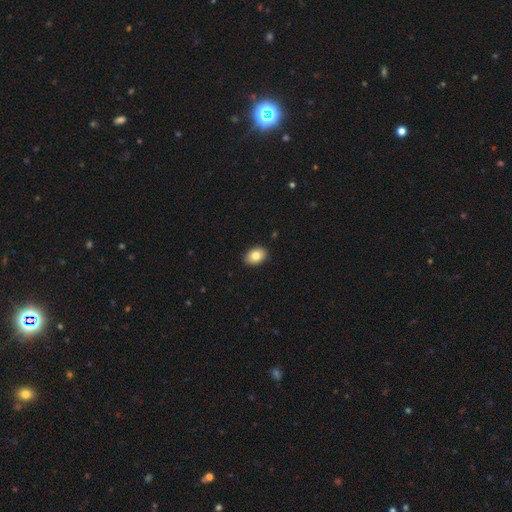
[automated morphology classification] Smooth or featured? Predicted: smooth (p=0.83). How rounded? Predicted: in between (p=0.79). Merging? Predicted: none (p=0.90).